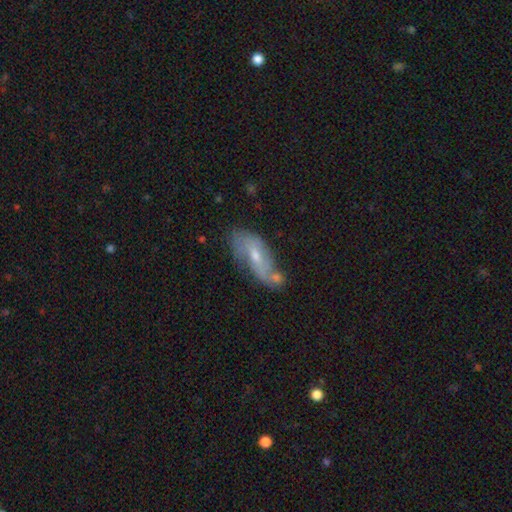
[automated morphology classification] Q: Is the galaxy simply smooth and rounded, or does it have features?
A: featured or disk — 57%.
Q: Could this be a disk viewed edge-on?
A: no — 85%.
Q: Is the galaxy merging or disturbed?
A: none — 50%.